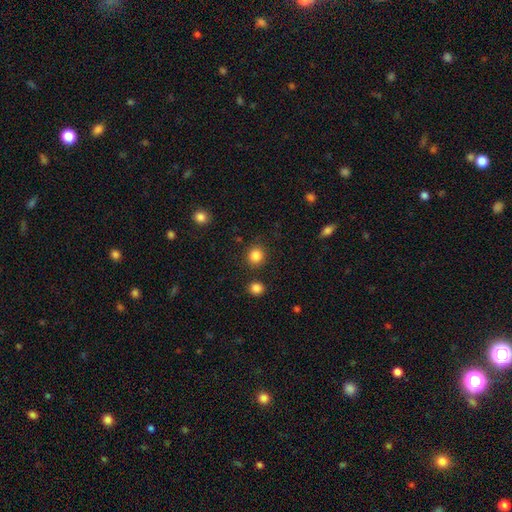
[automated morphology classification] Q: Smooth or featured?
A: smooth (85%); runner-up: star or artifact (11%)
Q: How rounded?
A: round (89%); runner-up: in between (10%)
Q: Merging?
A: none (87%); runner-up: minor disturbance (7%)